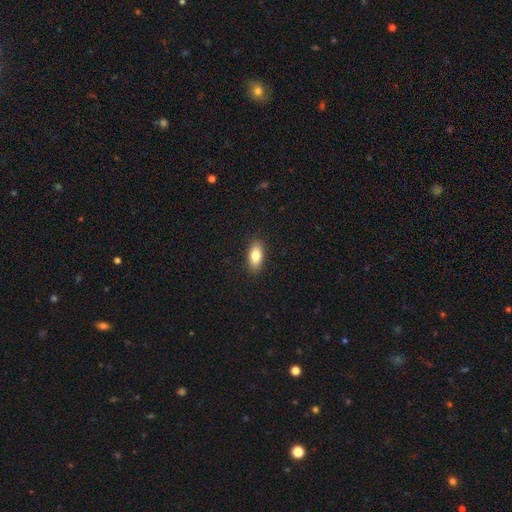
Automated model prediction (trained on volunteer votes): Overall: smooth (81%). How rounded: in between (87%). Merging: none (89%).